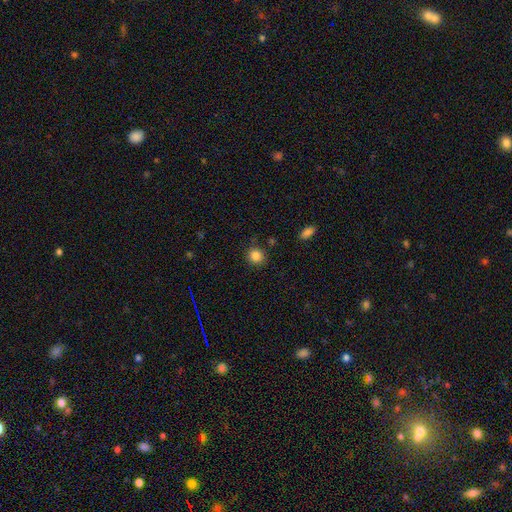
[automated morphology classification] Smooth or featured: smooth — 85% (star or artifact — 11%)
How rounded: round — 88% (in between — 11%)
Merging: none — 85% (minor disturbance — 10%)